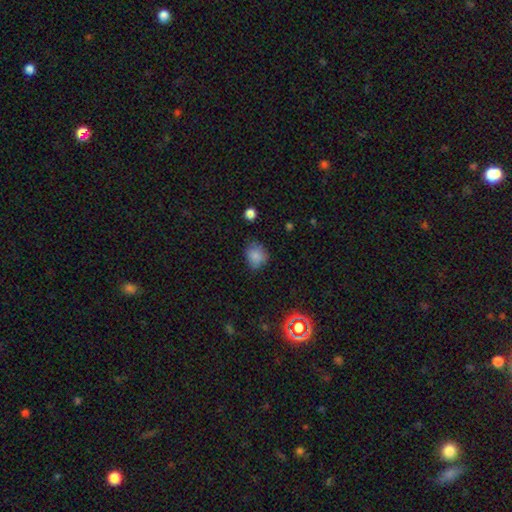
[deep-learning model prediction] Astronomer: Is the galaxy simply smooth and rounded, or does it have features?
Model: smooth — 82%.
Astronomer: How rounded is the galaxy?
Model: round — 60% (runner-up: in between, 39%).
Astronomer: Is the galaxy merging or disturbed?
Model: none — 67%.